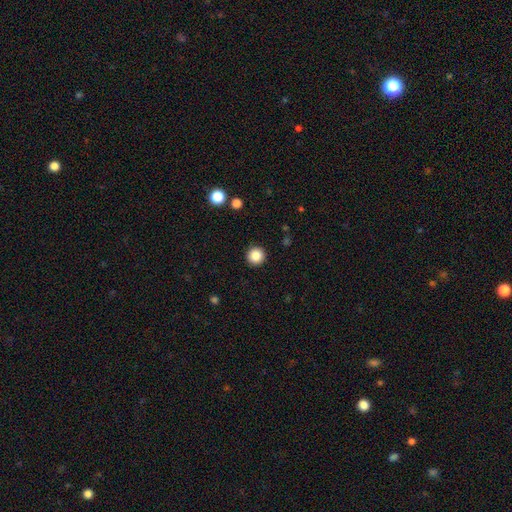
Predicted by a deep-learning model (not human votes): Morphology: type=smooth (86%); roundness=round (96%); merging=none (93%).